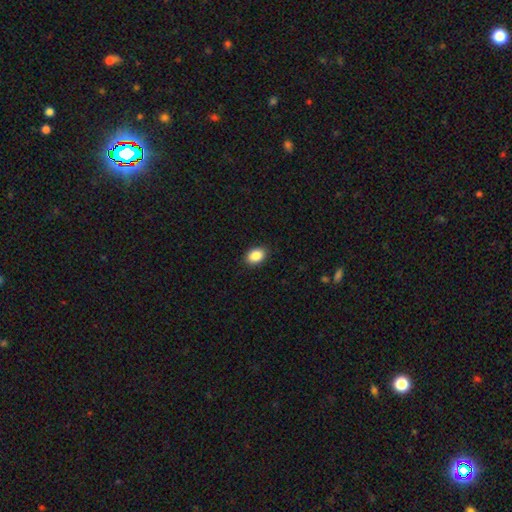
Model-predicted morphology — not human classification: Smooth or featured? smooth (88%)
How rounded? in between (78%)
Merging? none (89%)